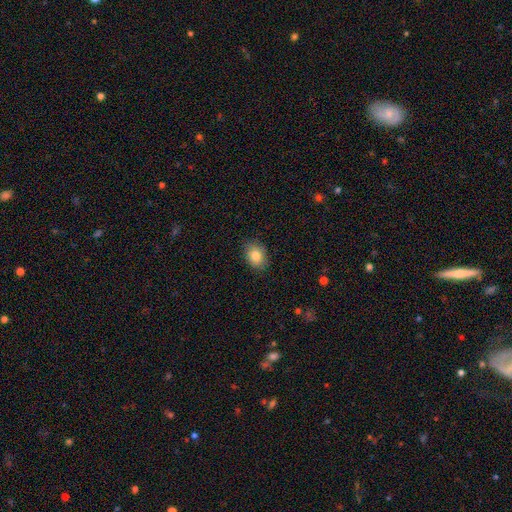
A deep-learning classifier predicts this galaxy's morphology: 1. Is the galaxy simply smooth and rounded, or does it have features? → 83% smooth, 9% star or artifact, 8% featured or disk.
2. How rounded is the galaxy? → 67% in between, 32% round, 1% cigar-shaped.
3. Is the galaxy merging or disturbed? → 86% none, 11% minor disturbance, 2% major disturbance, 1% merger.